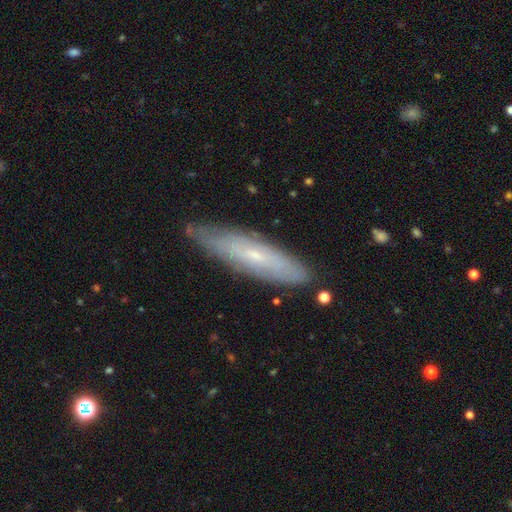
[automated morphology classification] Smooth or featured?
  - featured or disk: 54% *
  - smooth: 38%
  - star or artifact: 7%
Edge-on disk?
  - no: 54% *
  - yes: 46%
Merging?
  - none: 79% *
  - minor disturbance: 17%
  - major disturbance: 3%
  - merger: 2%